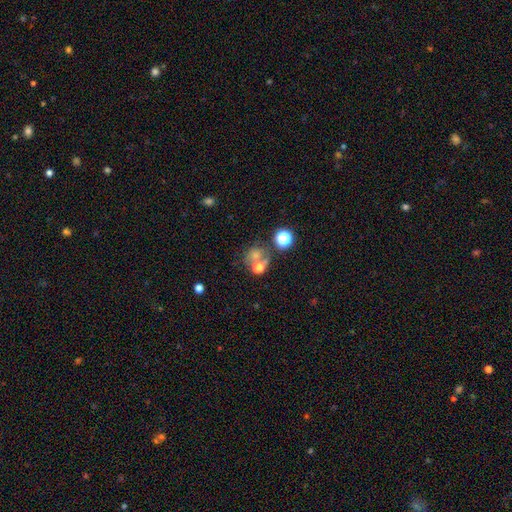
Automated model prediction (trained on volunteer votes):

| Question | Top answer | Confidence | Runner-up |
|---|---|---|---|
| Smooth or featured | smooth | 60% | star or artifact (23%) |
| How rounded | round | 79% | in between (20%) |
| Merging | none | 45% | merger (36%) |